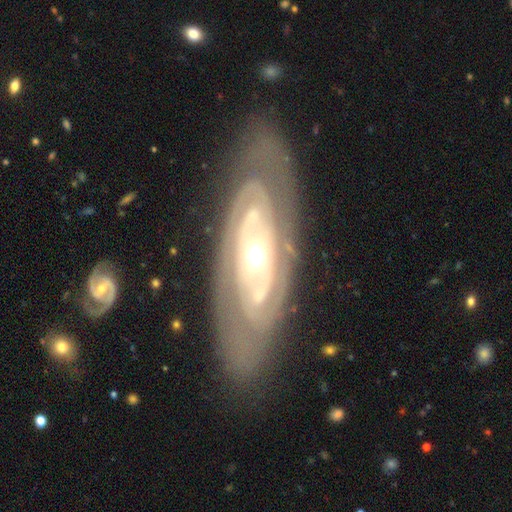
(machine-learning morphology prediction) This is clearly a featured or disk galaxy (84%). It is clearly not viewed edge-on (88%). Bar: likely no (76%). Spiral arm pattern: likely yes (70%). Spiral arm count: marginally can't tell (41%). Spiral winding: likely tight (70%). Central bulge: likely moderate (62%). Merging: clearly none (81%).